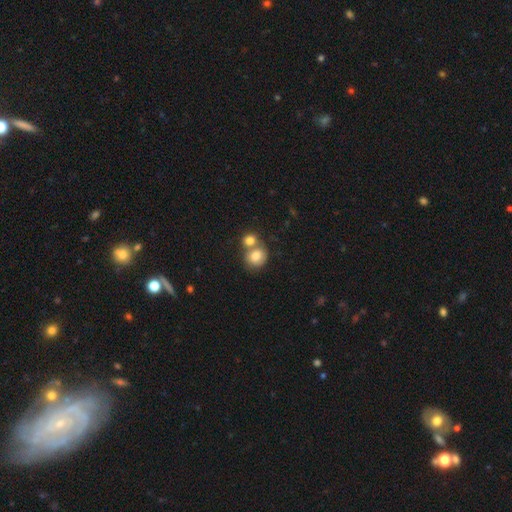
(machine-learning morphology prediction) Smooth or featured: smooth — 80% (featured or disk — 11%)
How rounded: round — 79% (in between — 20%)
Merging: merger — 51% (none — 39%)